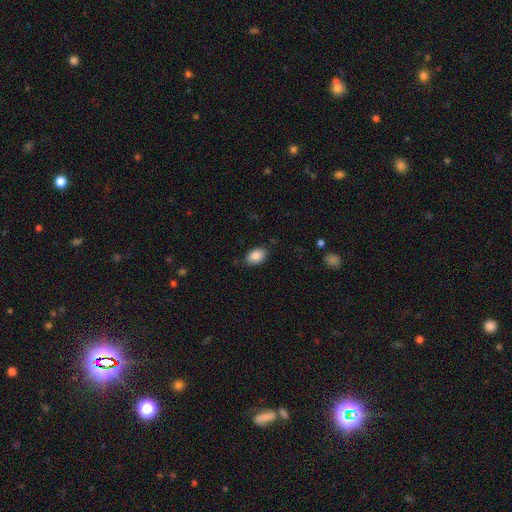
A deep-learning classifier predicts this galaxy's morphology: This is clearly a smooth galaxy (86%). How rounded: clearly in between (86%). Merging: clearly none (81%).